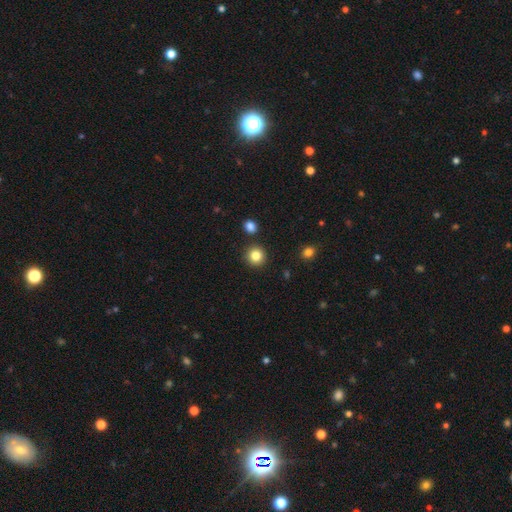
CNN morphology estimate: type=smooth (84%); roundness=round (93%); merging=none (89%).